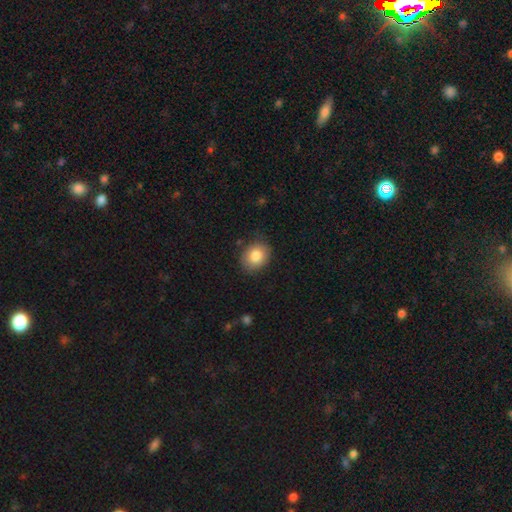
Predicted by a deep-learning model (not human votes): Smooth or featured? Predicted: smooth (p=0.84). How rounded? Predicted: round (p=0.54). Merging? Predicted: none (p=0.81).